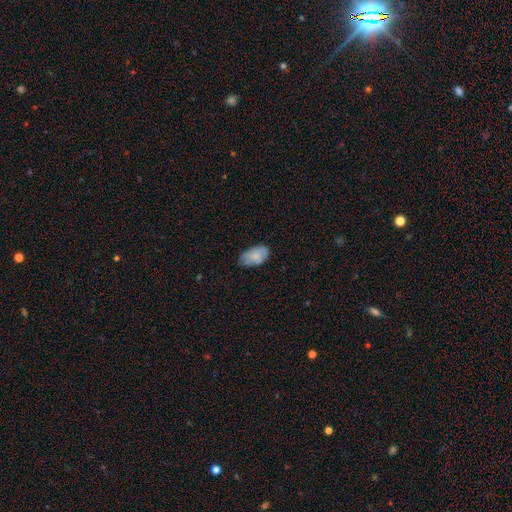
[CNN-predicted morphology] A smooth galaxy with no disk features (77%) that is in between round and cigar-shaped (94%).

Vote fractions:
- Smooth or featured? smooth: 77% / featured or disk: 16% / star or artifact: 7%
- How rounded? in between: 94% / round: 5% / cigar-shaped: 2%
- Merging? none: 58% / minor disturbance: 33% / major disturbance: 7% / merger: 2%